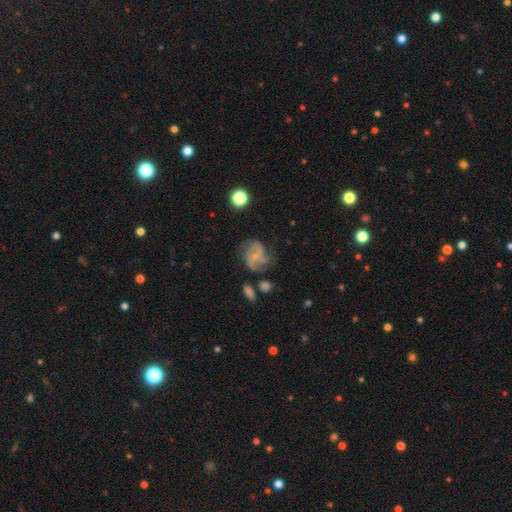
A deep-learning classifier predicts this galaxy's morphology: This is likely a featured or disk galaxy (72%). It is clearly not viewed edge-on (98%). Bar: possibly no (59%). Spiral arm pattern: clearly yes (88%). Spiral arm count: possibly 2 (46%). Spiral winding: possibly medium (46%). Central bulge: likely small (70%). Merging: possibly none (51%).